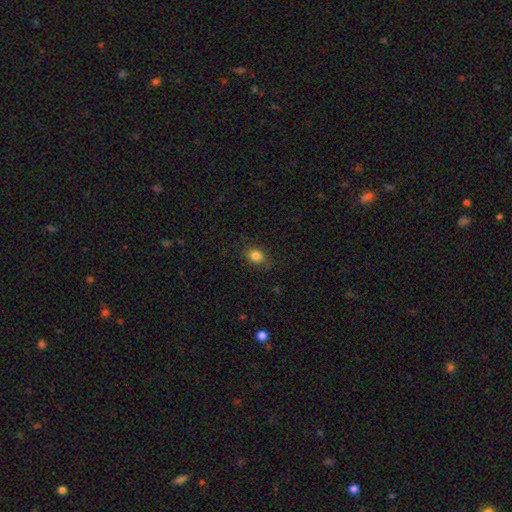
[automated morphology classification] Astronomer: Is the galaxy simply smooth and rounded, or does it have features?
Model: smooth — 83%.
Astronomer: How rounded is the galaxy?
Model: round — 52% (runner-up: in between, 46%).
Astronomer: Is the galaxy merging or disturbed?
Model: none — 81%.